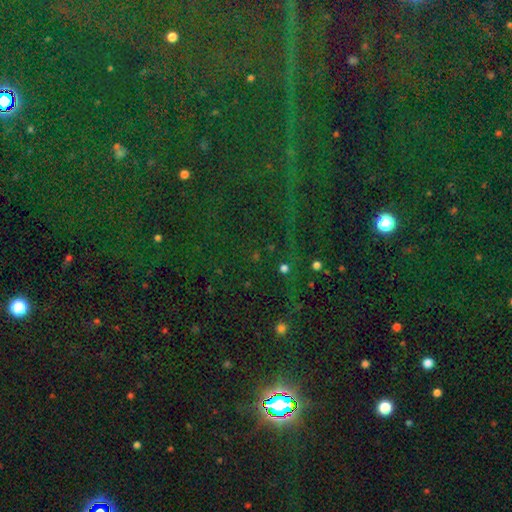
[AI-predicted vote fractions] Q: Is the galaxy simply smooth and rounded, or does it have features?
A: star or artifact — 85%.